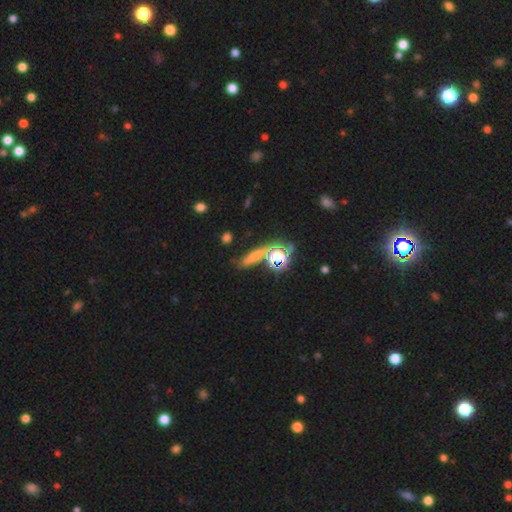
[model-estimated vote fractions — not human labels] Smooth or featured: smooth — 53% (star or artifact — 29%)
How rounded: cigar-shaped — 60% (round — 20%)
Merging: none — 62% (minor disturbance — 16%)